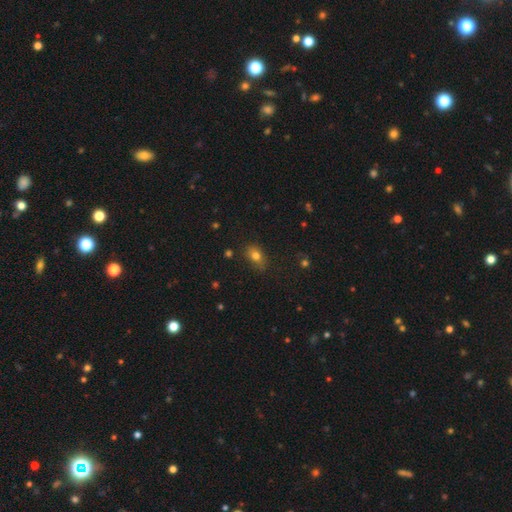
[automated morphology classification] smooth 78%, star or artifact 13%, featured or disk 10%. Down the decision tree: how rounded — in between (69%); merging — none (74%).